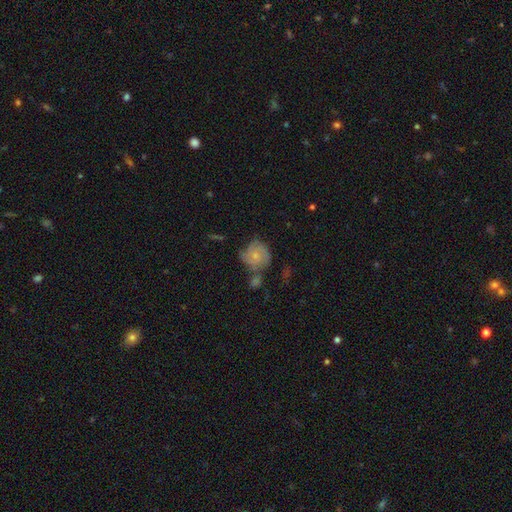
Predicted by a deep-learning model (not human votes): Smooth or featured? featured or disk (61%)
Edge-on disk? no (98%)
Bar? no (77%)
Spiral arms? yes (89%)
Spiral winding? tight (55%)
Spiral arm count? 3 (34%)
Bulge size? small (59%)
Merging? none (50%)